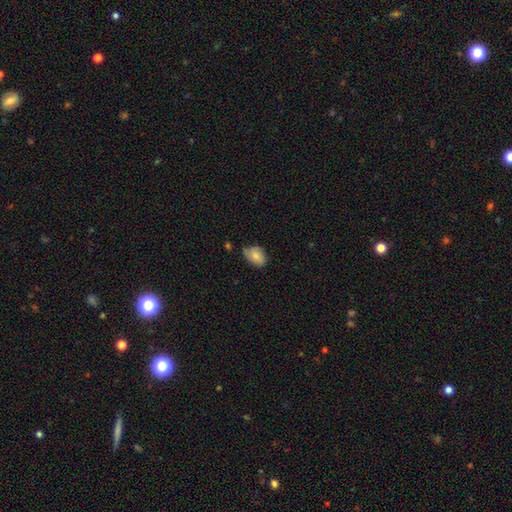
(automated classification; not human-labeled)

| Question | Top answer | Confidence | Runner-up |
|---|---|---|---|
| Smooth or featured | smooth | 79% | featured or disk (13%) |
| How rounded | in between | 83% | round (16%) |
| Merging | none | 54% | minor disturbance (36%) |